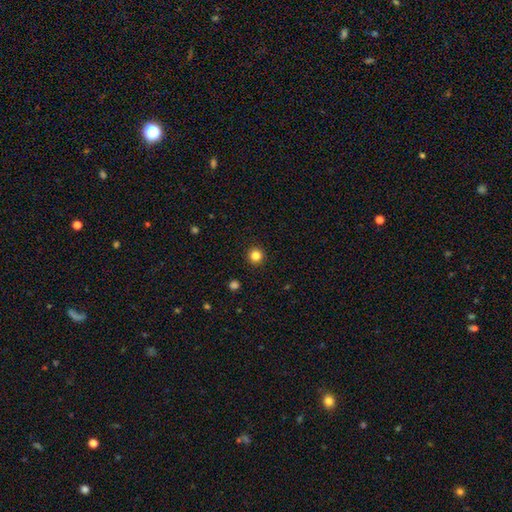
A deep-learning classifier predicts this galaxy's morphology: smooth 84%, star or artifact 12%, featured or disk 4%. Down the decision tree: how rounded — round (96%); merging — none (93%).